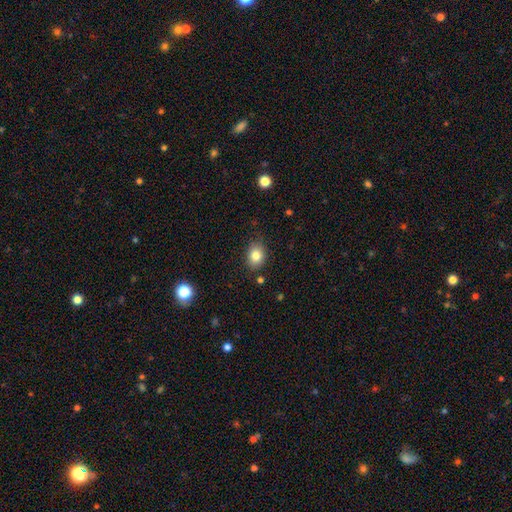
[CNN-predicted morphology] The model was most divided on "how rounded": in between: 60%, round: 39%, cigar-shaped: 1%. More confident: merging — none (82%); smooth or featured — smooth (82%).